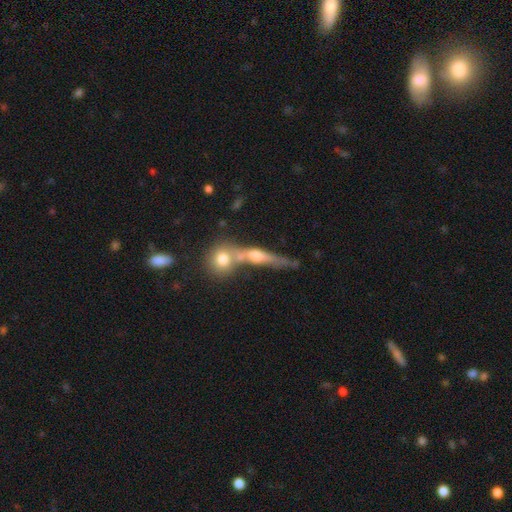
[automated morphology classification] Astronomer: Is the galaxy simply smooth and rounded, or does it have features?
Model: featured or disk — 58%.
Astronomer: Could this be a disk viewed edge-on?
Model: yes — 84%.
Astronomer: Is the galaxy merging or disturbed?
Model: none — 50% (runner-up: merger, 33%).